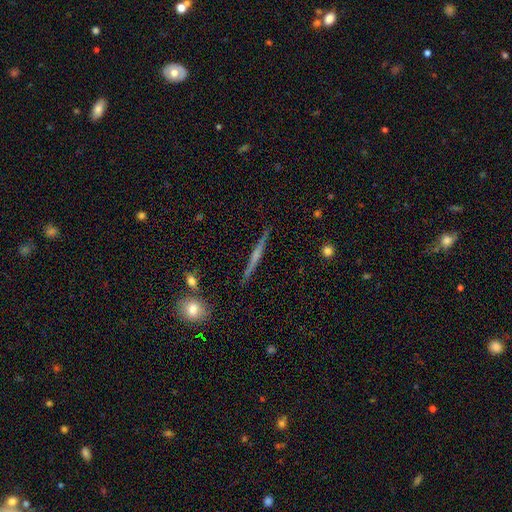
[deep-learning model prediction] Q: Smooth or featured?
A: featured or disk (62%); runner-up: smooth (31%)
Q: Edge-on disk?
A: yes (97%); runner-up: no (3%)
Q: Edge-on bulge?
A: none (55%); runner-up: rounded (32%)
Q: Merging?
A: none (89%); runner-up: minor disturbance (7%)